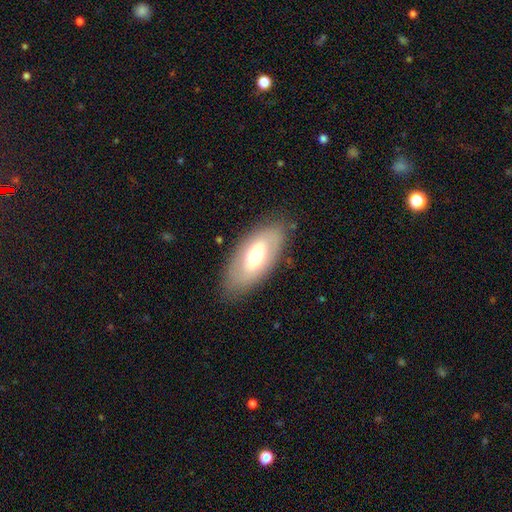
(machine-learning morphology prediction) Smooth or featured? smooth (55%)
How rounded? in between (91%)
Merging? none (83%)